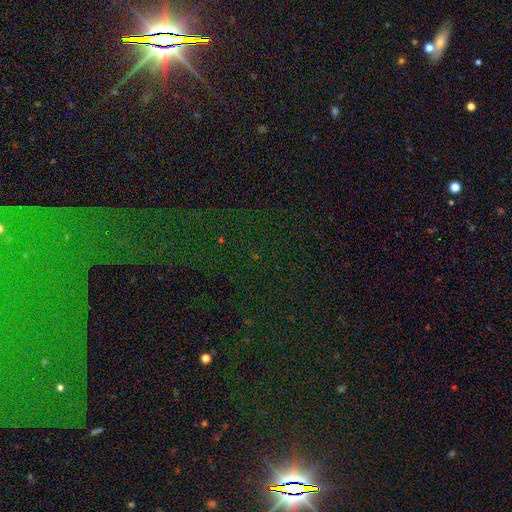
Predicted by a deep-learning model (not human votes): Smooth or featured: star or artifact — 81% (featured or disk — 10%)